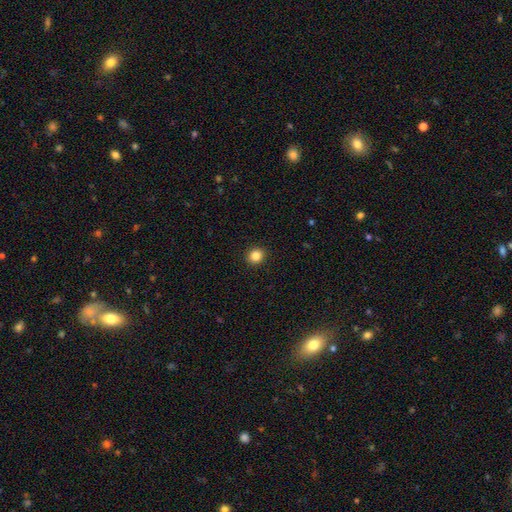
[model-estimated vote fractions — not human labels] Smooth or featured?
  - smooth: 85% *
  - star or artifact: 11%
  - featured or disk: 4%
How rounded?
  - round: 86% *
  - in between: 13%
  - cigar-shaped: 1%
Merging?
  - none: 93% *
  - minor disturbance: 5%
  - major disturbance: 2%
  - merger: 1%